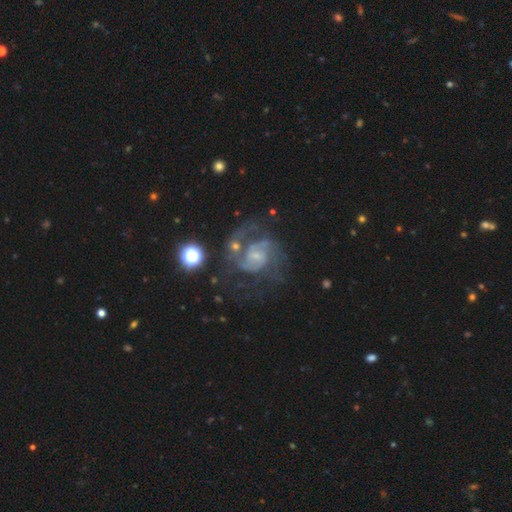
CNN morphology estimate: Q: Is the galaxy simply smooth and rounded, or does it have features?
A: featured or disk — 85%.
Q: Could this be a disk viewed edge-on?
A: no — 98%.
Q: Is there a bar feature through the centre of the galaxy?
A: no — 50%.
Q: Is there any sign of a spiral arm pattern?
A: yes — 95%.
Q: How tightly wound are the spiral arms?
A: medium — 50%.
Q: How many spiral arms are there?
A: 2 — 52%.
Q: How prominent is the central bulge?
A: small — 69%.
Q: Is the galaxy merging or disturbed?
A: none — 52%.